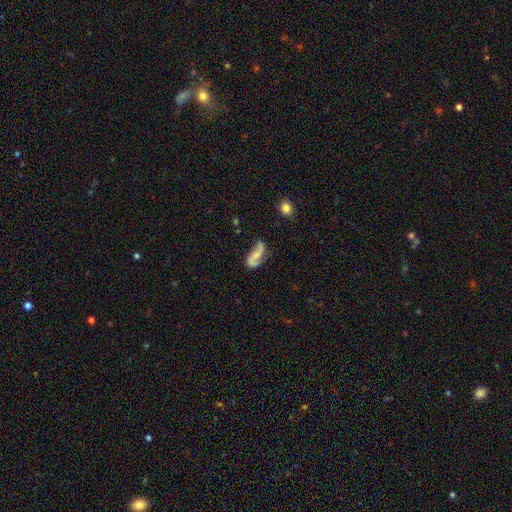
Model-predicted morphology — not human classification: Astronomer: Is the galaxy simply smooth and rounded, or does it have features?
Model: featured or disk — 74%.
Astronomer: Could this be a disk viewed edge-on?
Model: no — 96%.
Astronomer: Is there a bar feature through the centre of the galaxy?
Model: no — 49% (runner-up: weak, 36%).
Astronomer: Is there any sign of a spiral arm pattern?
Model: yes — 93%.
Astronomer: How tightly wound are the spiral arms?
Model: loose — 74%.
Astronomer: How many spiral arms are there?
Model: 2 — 89%.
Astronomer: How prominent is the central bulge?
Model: small — 40% (runner-up: none, 32%).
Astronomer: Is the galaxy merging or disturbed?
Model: none — 61%.